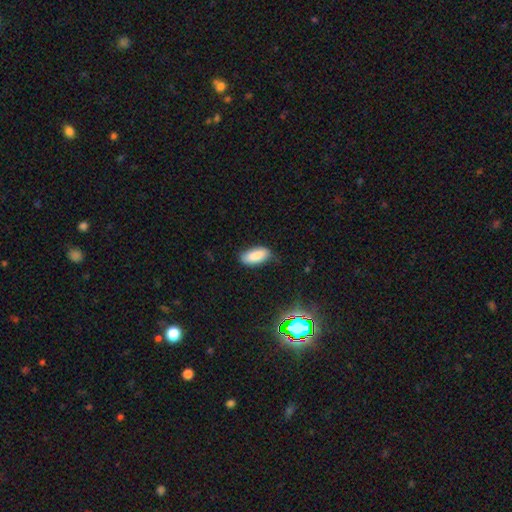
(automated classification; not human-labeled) Q: Smooth or featured?
A: smooth (86%); runner-up: star or artifact (8%)
Q: How rounded?
A: in between (89%); runner-up: cigar-shaped (8%)
Q: Merging?
A: none (77%); runner-up: minor disturbance (18%)